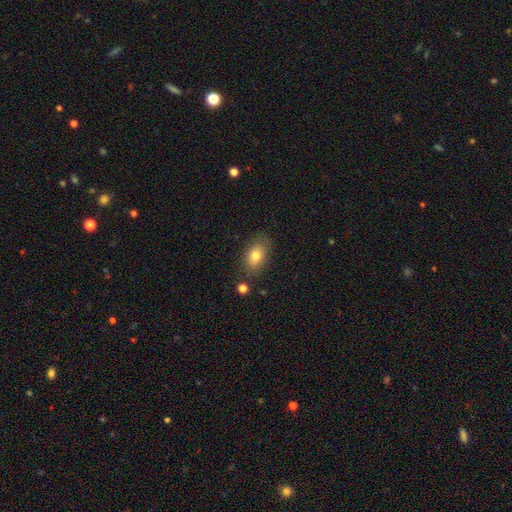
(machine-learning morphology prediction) Q: Smooth or featured?
A: smooth (77%); runner-up: featured or disk (13%)
Q: How rounded?
A: in between (84%); runner-up: round (14%)
Q: Merging?
A: none (77%); runner-up: minor disturbance (15%)